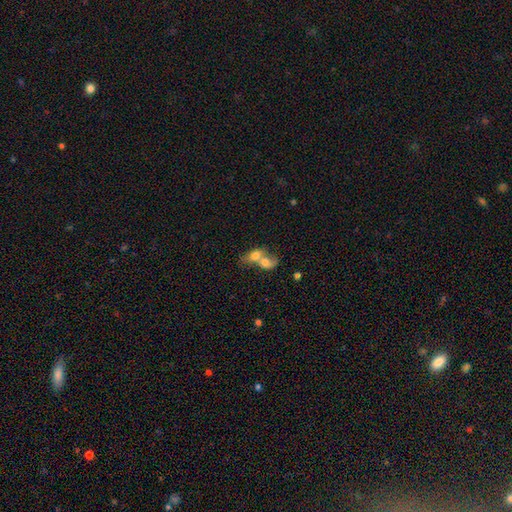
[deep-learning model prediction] Smooth or featured? Predicted: smooth (p=0.67). How rounded? Predicted: in between (p=0.62). Merging? Predicted: merger (p=0.83).